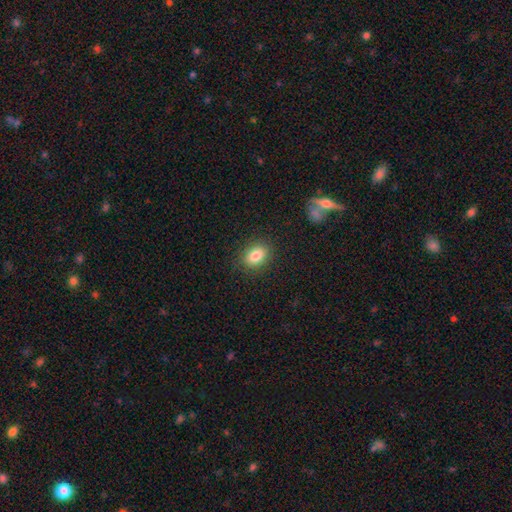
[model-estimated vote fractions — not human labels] smooth_or_featured: smooth (p=0.84) [alt: star or artifact p=0.09]
how_rounded: in between (p=0.70) [alt: round p=0.28]
merging: none (p=0.88) [alt: minor disturbance p=0.09]